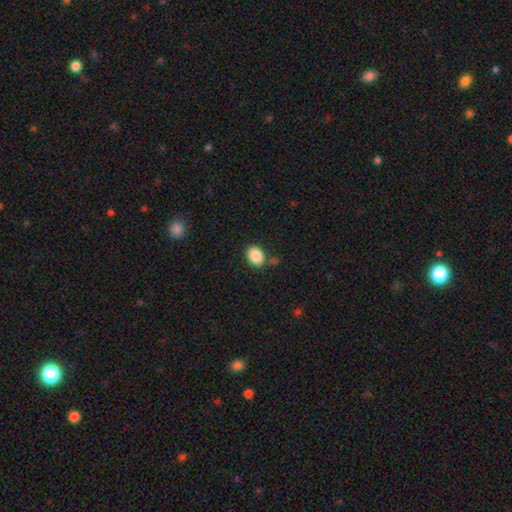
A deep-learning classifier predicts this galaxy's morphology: smooth 87%, star or artifact 8%, featured or disk 5%. Down the decision tree: how rounded — in between (68%); merging — none (77%).